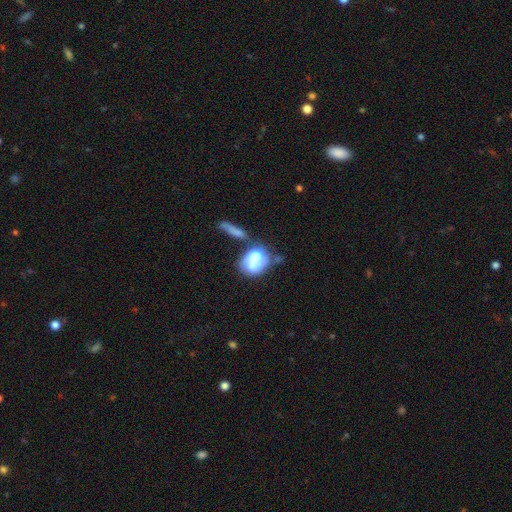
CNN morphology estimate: smooth_or_featured: smooth (p=0.57) [alt: featured or disk p=0.34]
how_rounded: in between (p=0.59) [alt: round p=0.39]
merging: merger (p=0.50) [alt: none p=0.20]